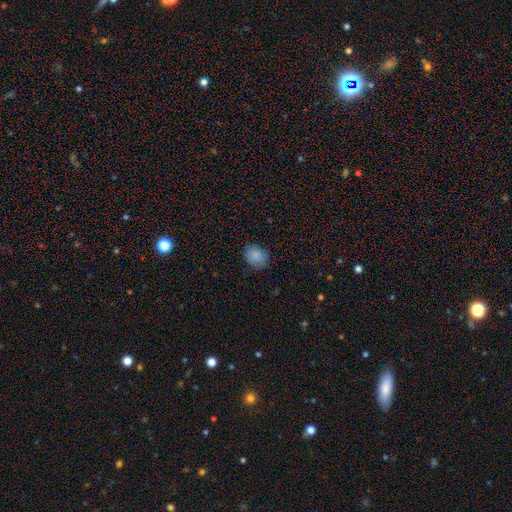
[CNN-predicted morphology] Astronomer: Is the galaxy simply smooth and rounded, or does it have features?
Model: smooth — 86%.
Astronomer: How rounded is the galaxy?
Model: round — 61% (runner-up: in between, 38%).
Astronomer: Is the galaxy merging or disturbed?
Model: none — 83%.